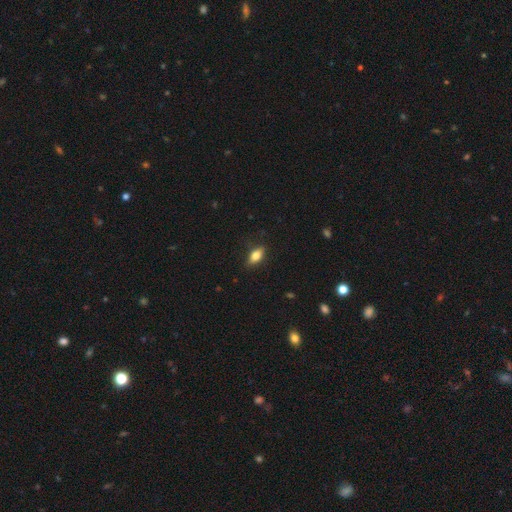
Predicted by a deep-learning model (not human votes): A smooth galaxy with no disk features (74%) that is in between round and cigar-shaped (82%). Merging: none (84%).